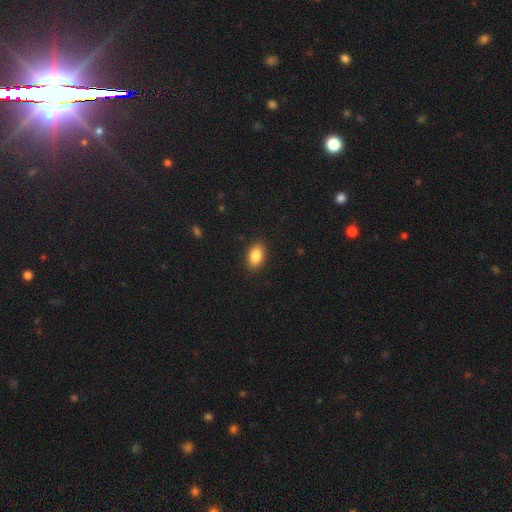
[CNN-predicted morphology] Smooth or featured?
  - smooth: 87% *
  - star or artifact: 8%
  - featured or disk: 6%
How rounded?
  - in between: 90% *
  - round: 8%
  - cigar-shaped: 2%
Merging?
  - none: 89% *
  - minor disturbance: 8%
  - major disturbance: 2%
  - merger: 1%